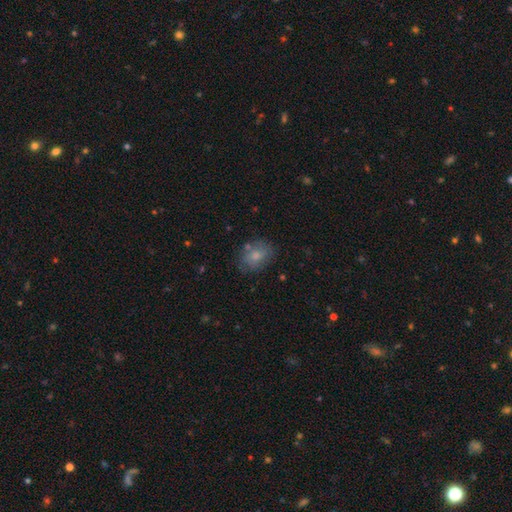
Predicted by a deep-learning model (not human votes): This is likely a smooth galaxy (72%). How rounded: likely in between (67%). Merging: likely none (69%).